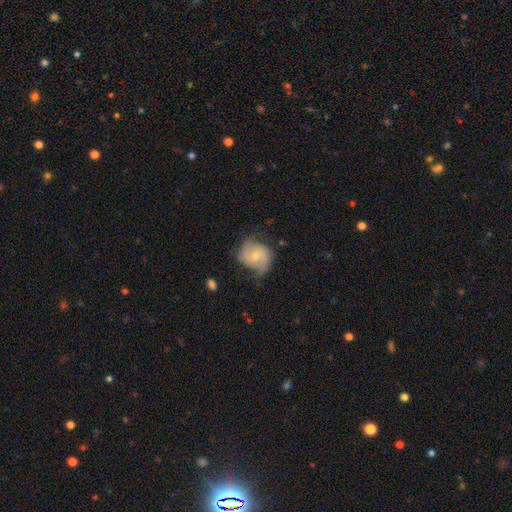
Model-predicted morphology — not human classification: Smooth or featured? featured or disk (66%)
Edge-on disk? no (97%)
Bar? no (57%)
Spiral arms? yes (90%)
Spiral winding? medium (48%)
Spiral arm count? 2 (81%)
Bulge size? small (54%)
Merging? none (61%)